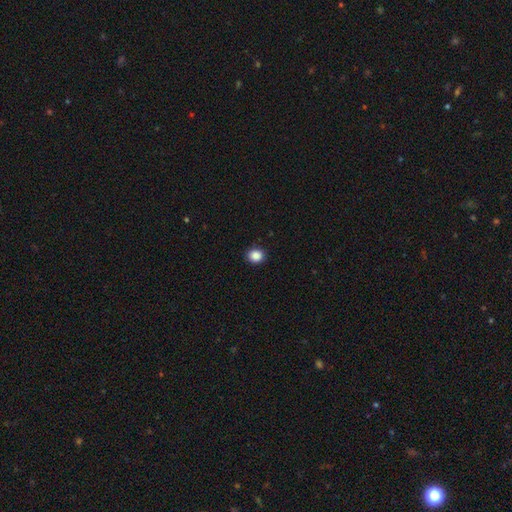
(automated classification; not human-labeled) Smooth or featured?
  - smooth: 88% *
  - star or artifact: 10%
  - featured or disk: 3%
How rounded?
  - round: 77% *
  - in between: 22%
  - cigar-shaped: 1%
Merging?
  - none: 91% *
  - minor disturbance: 6%
  - major disturbance: 2%
  - merger: 1%